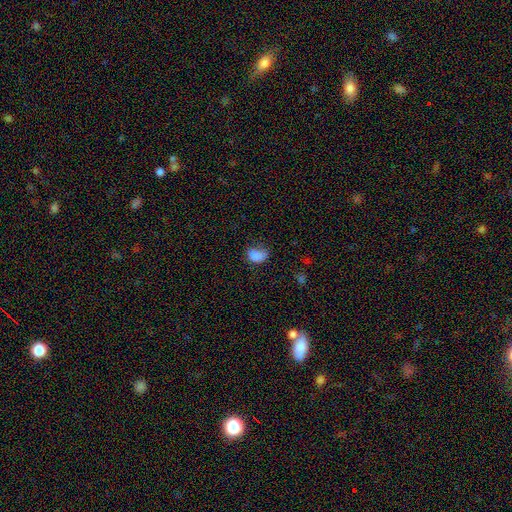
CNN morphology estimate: smooth-or-featured: smooth: 82% | star or artifact: 10% | featured or disk: 7%
  how-rounded: in between: 73% | round: 26% | cigar-shaped: 1%
  merging: none: 44% | minor disturbance: 36% | major disturbance: 16% | merger: 4%